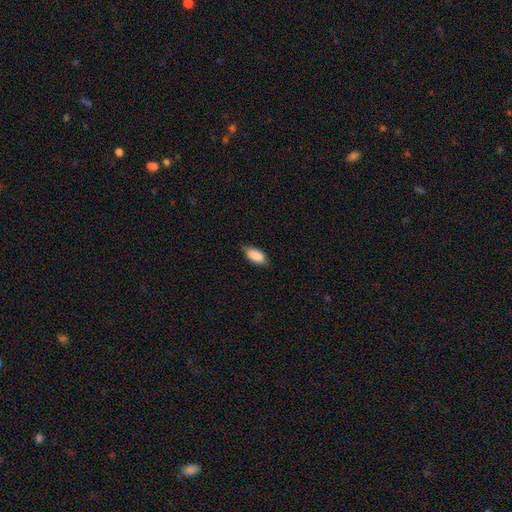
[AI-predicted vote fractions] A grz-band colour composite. It shows a smooth galaxy with no disk features (88%) that is in between round and cigar-shaped (90%). Merging: none (73%).